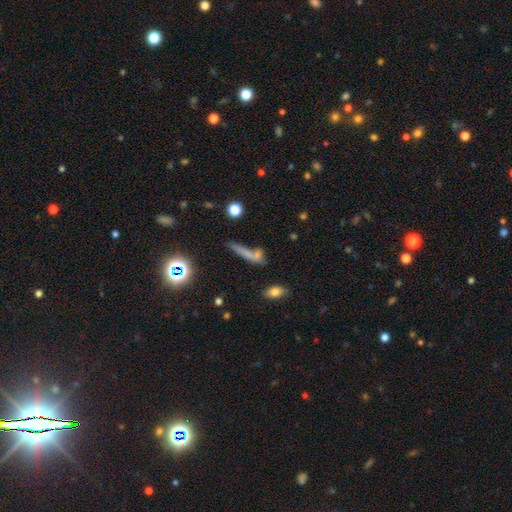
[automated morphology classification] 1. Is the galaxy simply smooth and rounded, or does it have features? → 59% smooth, 23% featured or disk, 18% star or artifact.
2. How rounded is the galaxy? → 77% cigar-shaped, 16% in between, 7% round.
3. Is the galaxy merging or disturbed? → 46% none, 23% merger, 18% minor disturbance, 12% major disturbance.